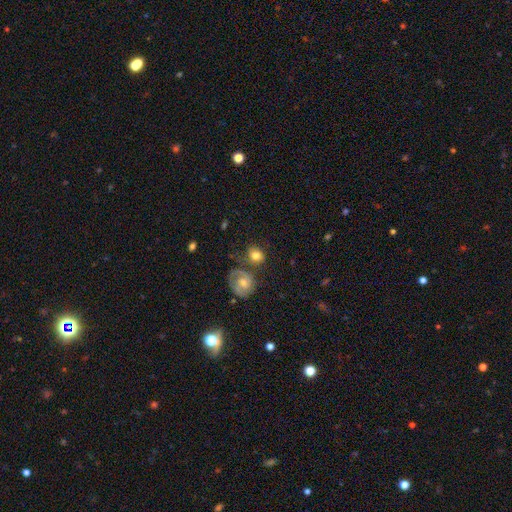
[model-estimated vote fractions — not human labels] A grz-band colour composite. It shows a smooth galaxy with no disk features (69%) that is round (58%). Merging: none (60%).